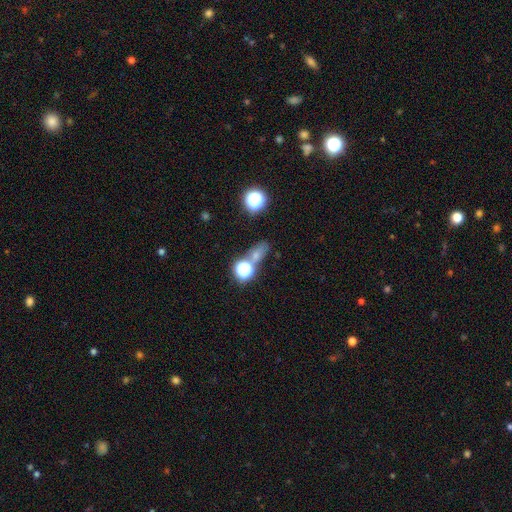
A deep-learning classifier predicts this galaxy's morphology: smooth_or_featured: smooth (p=0.57) [alt: star or artifact p=0.31]
how_rounded: in between (p=0.56) [alt: round p=0.36]
merging: none (p=0.58) [alt: merger p=0.22]